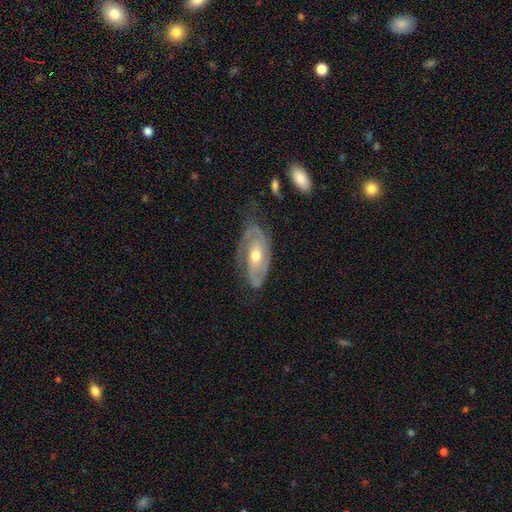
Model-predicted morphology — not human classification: A featured or disk galaxy (81%) with no bar (60%), 2 (69%) tight (48%) spiral arms (90%) and a moderate central bulge (70%). Merging: none (63%).